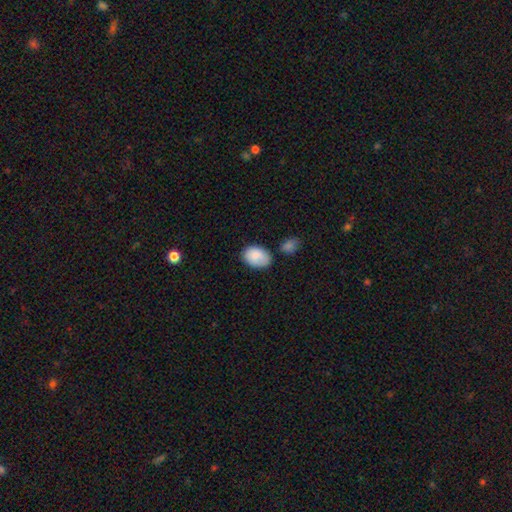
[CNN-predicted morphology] Smooth or featured? Predicted: smooth (p=0.86). How rounded? Predicted: in between (p=0.84). Merging? Predicted: none (p=0.63).